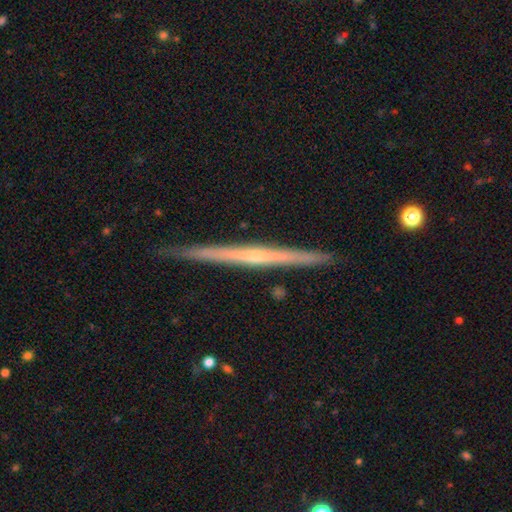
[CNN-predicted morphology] smooth-or-featured: featured or disk: 74% | smooth: 20% | star or artifact: 6%
  disk-edge-on: yes: 98% | no: 2%
    edge-on-bulge: none: 59% | rounded: 36% | boxy: 5%
  merging: none: 90% | minor disturbance: 7% | major disturbance: 1% | merger: 1%